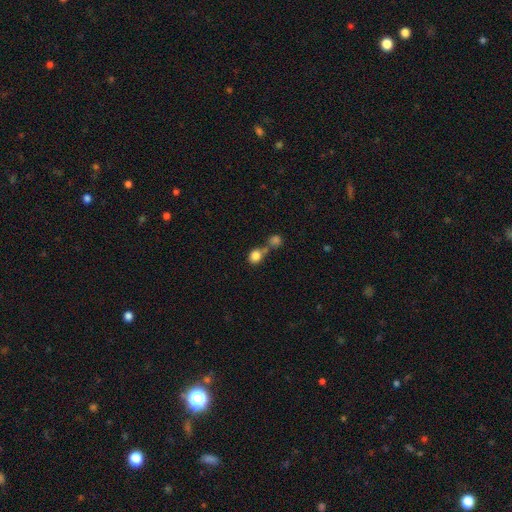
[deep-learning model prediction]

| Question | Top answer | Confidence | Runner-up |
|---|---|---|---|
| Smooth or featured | smooth | 84% | star or artifact (10%) |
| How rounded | round | 70% | in between (29%) |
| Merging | none | 44% | merger (42%) |